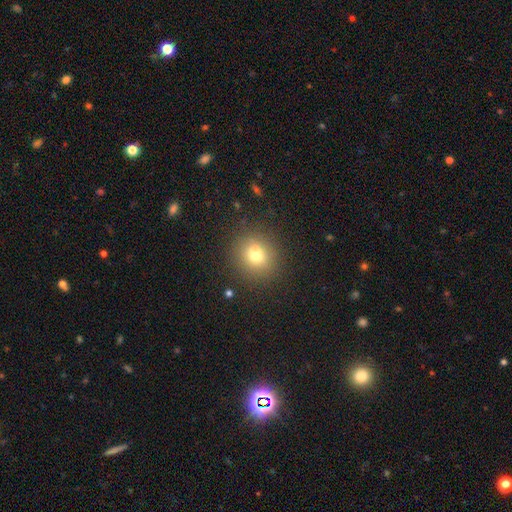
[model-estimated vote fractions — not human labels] This is likely a smooth galaxy (68%). How rounded: clearly round (86%). Merging: likely none (62%).